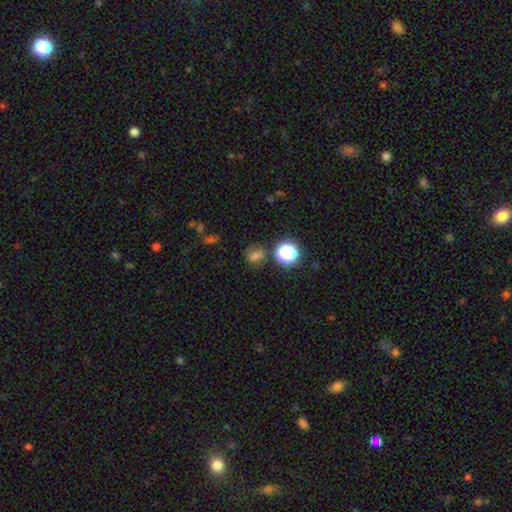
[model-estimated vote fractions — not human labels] Q: Smooth or featured?
A: smooth (58%); runner-up: star or artifact (31%)
Q: How rounded?
A: round (63%); runner-up: in between (36%)
Q: Merging?
A: none (72%); runner-up: minor disturbance (14%)